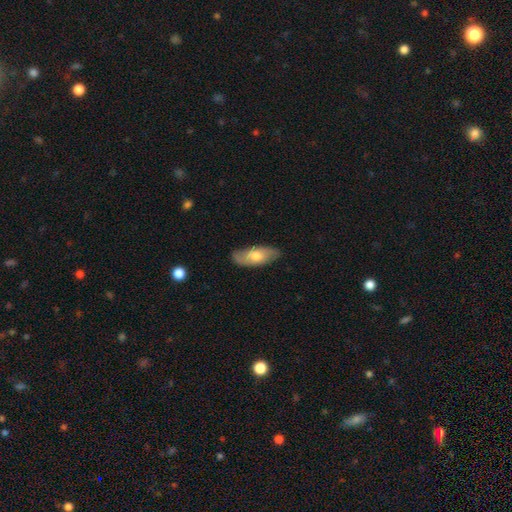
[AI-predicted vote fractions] Smooth or featured: smooth — 53% (featured or disk — 41%)
How rounded: in between — 81% (cigar-shaped — 16%)
Merging: none — 82% (minor disturbance — 14%)